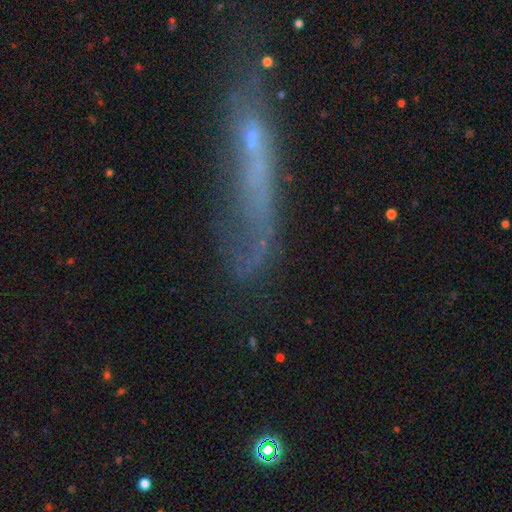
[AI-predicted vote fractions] A featured or disk galaxy (45%). Merging: none (43%).